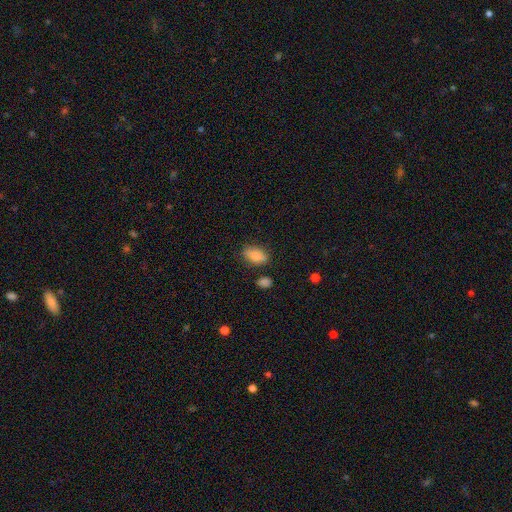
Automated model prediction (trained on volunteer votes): Smooth or featured: smooth — 84% (star or artifact — 8%)
How rounded: in between — 89% (round — 6%)
Merging: none — 73% (minor disturbance — 18%)